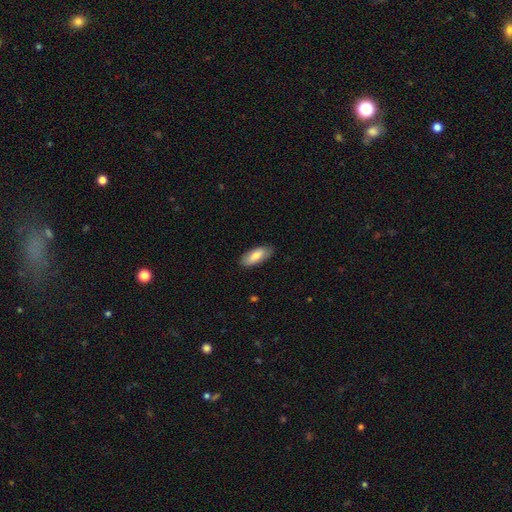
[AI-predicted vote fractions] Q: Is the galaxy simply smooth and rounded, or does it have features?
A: smooth — 80%.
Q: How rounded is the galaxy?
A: in between — 83%.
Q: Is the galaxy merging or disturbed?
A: none — 85%.